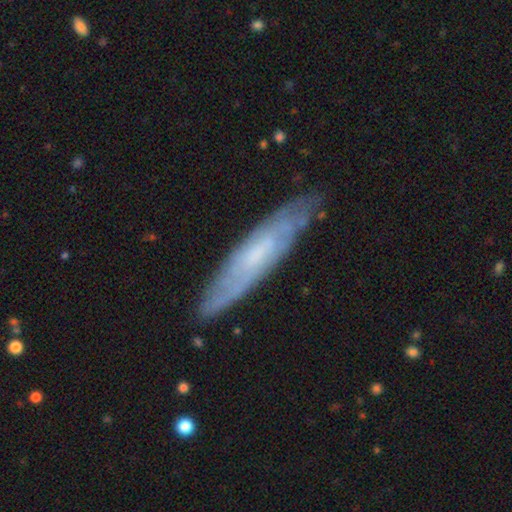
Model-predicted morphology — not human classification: This is likely a featured or disk galaxy (62%). It is possibly not viewed edge-on (51%). Merging: clearly none (82%).